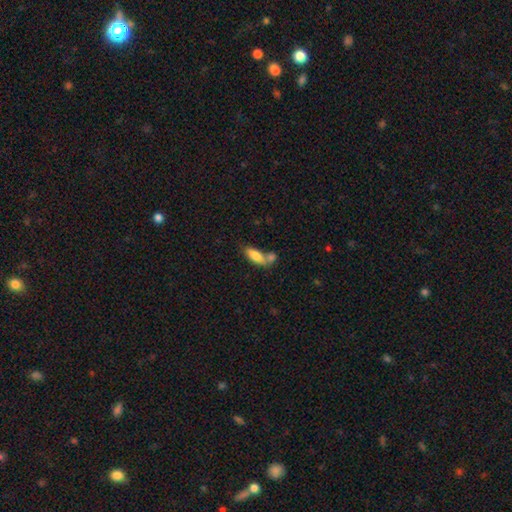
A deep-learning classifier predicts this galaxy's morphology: type=smooth (81%); roundness=in between (76%); merging=merger (46%).